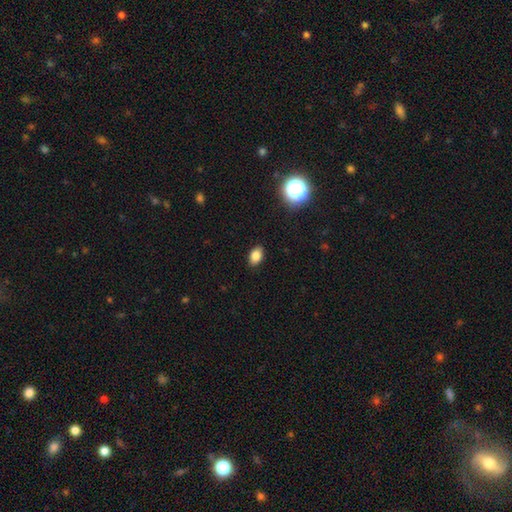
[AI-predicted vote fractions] Smooth or featured: smooth — 83% (star or artifact — 11%)
How rounded: in between — 84% (round — 14%)
Merging: none — 88% (minor disturbance — 9%)